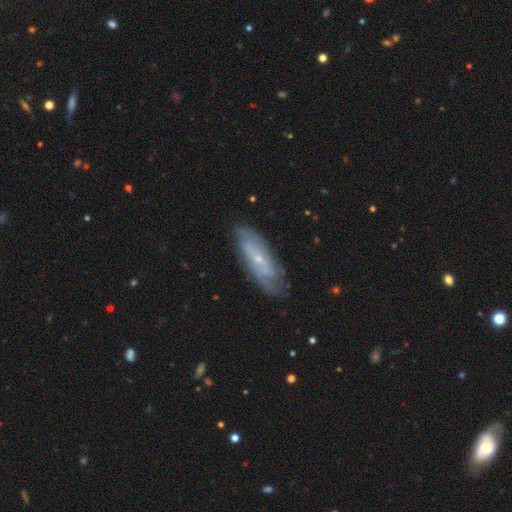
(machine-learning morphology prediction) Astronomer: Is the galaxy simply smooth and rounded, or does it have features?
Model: featured or disk — 59%.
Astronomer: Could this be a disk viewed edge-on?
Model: no — 74%.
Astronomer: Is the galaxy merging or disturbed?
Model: none — 82%.